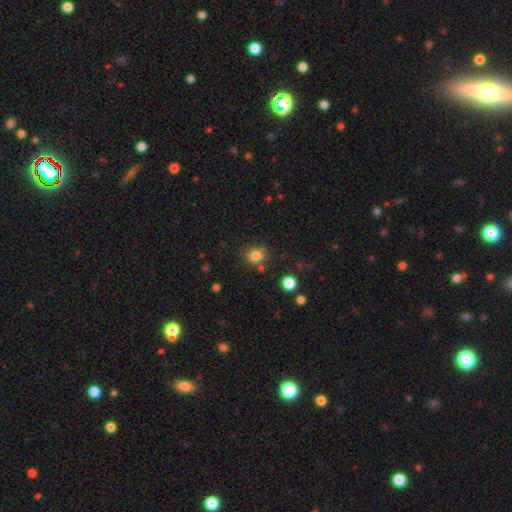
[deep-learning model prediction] This is clearly a smooth galaxy (82%). How rounded: likely round (79%). Merging: likely none (80%).